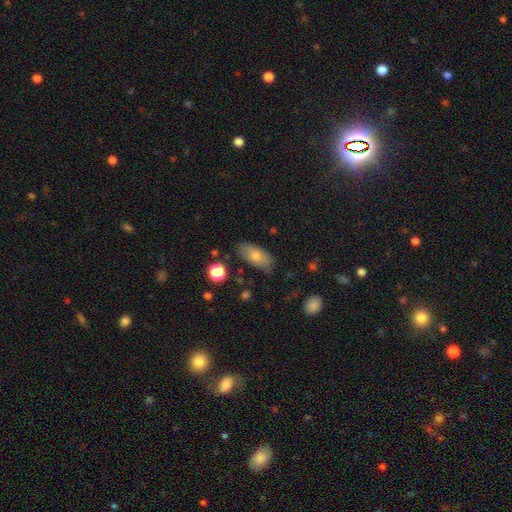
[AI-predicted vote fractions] Overall: smooth (71%). How rounded: in between (84%). Merging: none (79%).